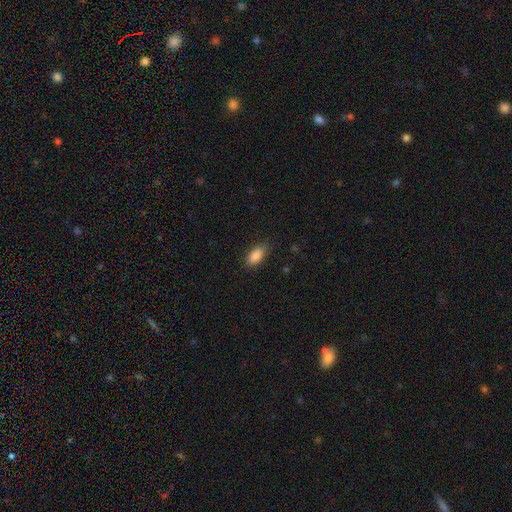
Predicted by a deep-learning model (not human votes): This appears to be a smooth galaxy with no disk features (89%) that is in between round and cigar-shaped (87%). Merging: none (82%).